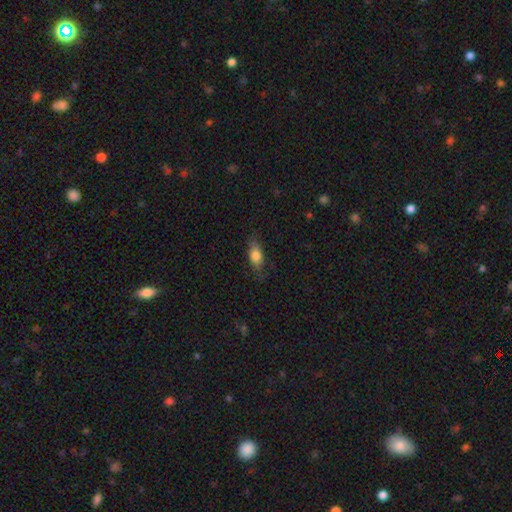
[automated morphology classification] This appears to be a smooth galaxy with no disk features (76%) that is in between round and cigar-shaped (79%). Merging: none (75%).